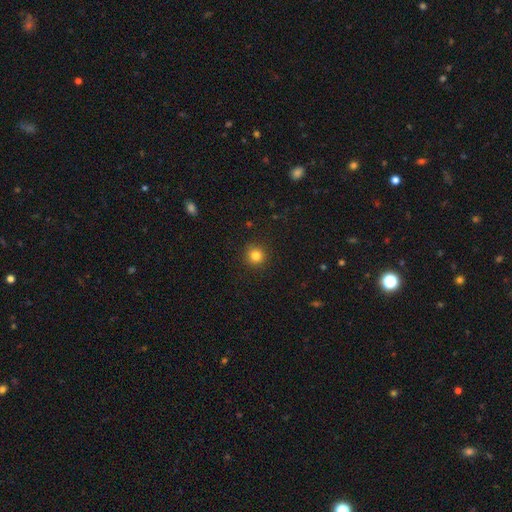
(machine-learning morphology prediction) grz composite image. It shows a smooth galaxy with no disk features (83%) that is round (94%). Merging: none (92%).